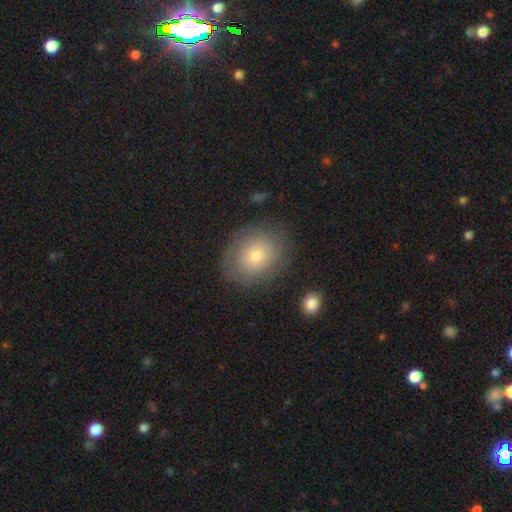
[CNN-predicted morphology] Overall: smooth (63%; featured or disk 28%). How rounded: round (56%; in between 43%). Merging: none (79%).